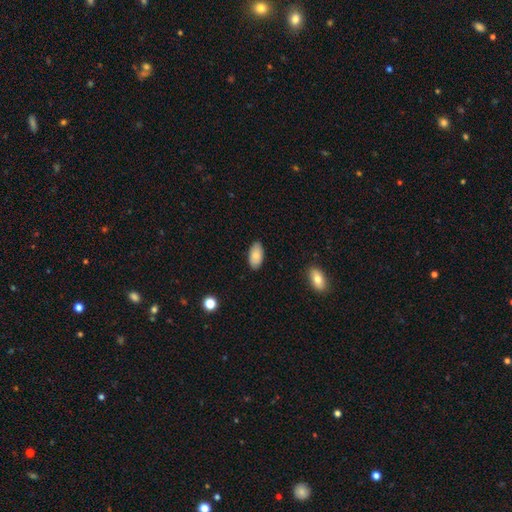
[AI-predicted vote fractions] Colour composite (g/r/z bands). It shows a smooth galaxy with no disk features (85%) that is in between round and cigar-shaped (95%). Merging: none (87%).